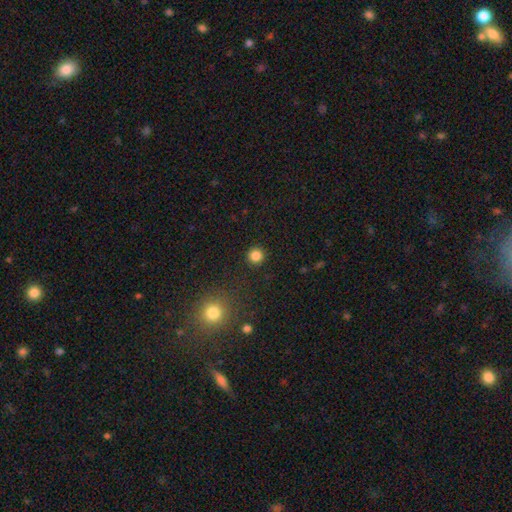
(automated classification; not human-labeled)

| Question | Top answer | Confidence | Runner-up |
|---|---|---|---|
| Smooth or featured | smooth | 84% | star or artifact (13%) |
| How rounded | round | 95% | in between (4%) |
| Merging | none | 92% | minor disturbance (5%) |